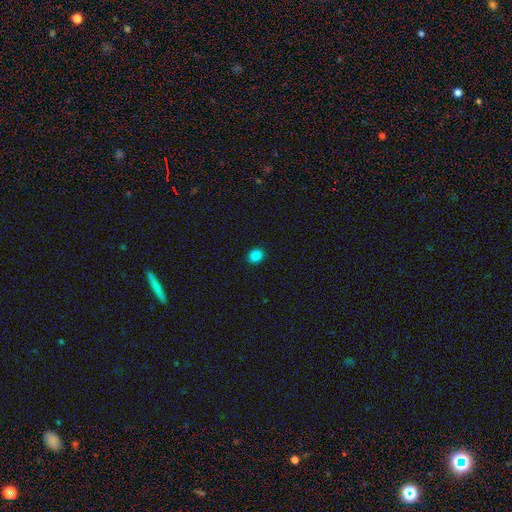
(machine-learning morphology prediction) Smooth or featured?
  - smooth: 85% *
  - star or artifact: 11%
  - featured or disk: 4%
How rounded?
  - round: 75% *
  - in between: 24%
  - cigar-shaped: 1%
Merging?
  - none: 91% *
  - minor disturbance: 6%
  - major disturbance: 2%
  - merger: 1%